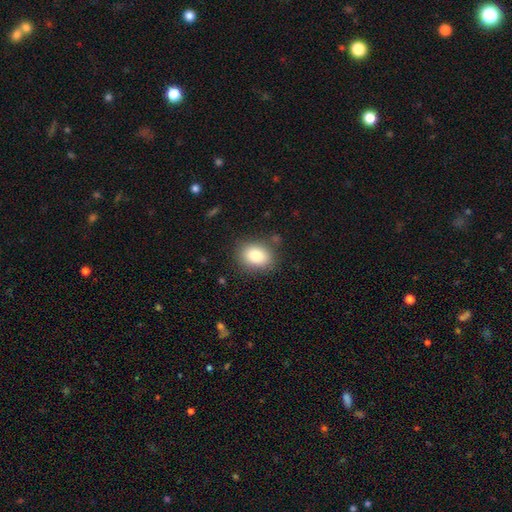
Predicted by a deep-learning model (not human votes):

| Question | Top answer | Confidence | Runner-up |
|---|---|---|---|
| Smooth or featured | smooth | 84% | star or artifact (9%) |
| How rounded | in between | 60% | round (39%) |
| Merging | none | 83% | minor disturbance (11%) |